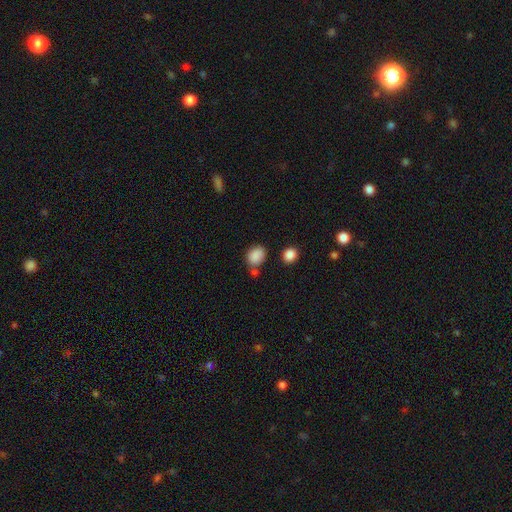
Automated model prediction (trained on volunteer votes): smooth-or-featured: smooth: 87% | star or artifact: 9% | featured or disk: 4%
  how-rounded: round: 51% | in between: 48% | cigar-shaped: 1%
  merging: none: 64% | minor disturbance: 16% | merger: 14% | major disturbance: 5%